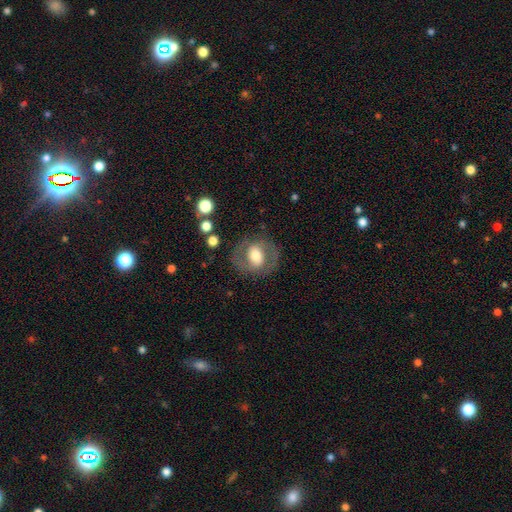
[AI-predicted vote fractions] featured or disk 57%, smooth 36%, star or artifact 7%. Down the decision tree: edge-on disk — no (96%); bar — no (39%); spiral arms — yes (61%); bulge size — moderate (58%); merging — none (77%).